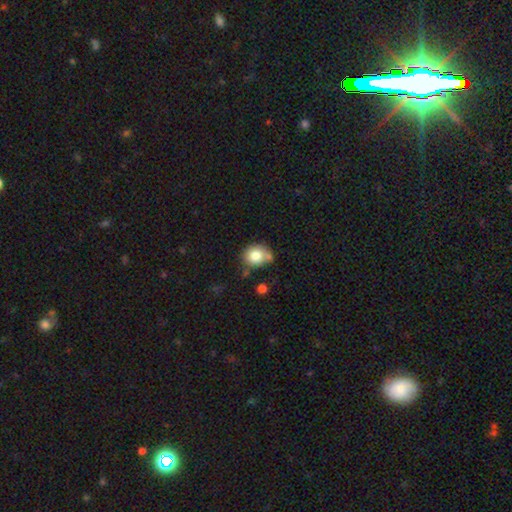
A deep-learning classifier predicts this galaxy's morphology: Smooth or featured? Predicted: smooth (p=0.80). How rounded? Predicted: round (p=0.71). Merging? Predicted: none (p=0.56).